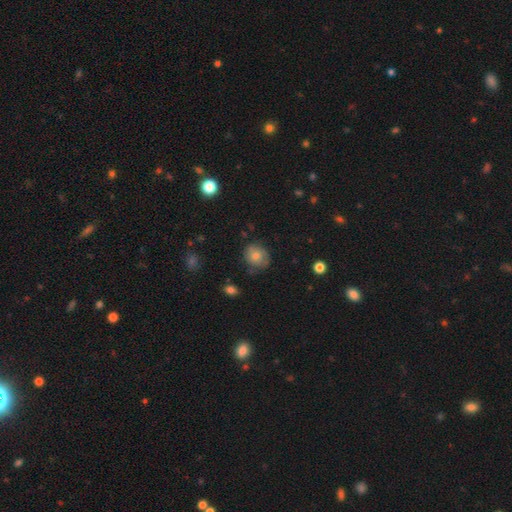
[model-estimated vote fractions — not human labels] Smooth or featured: smooth — 62% (featured or disk — 29%)
How rounded: round — 70% (in between — 29%)
Merging: none — 72% (minor disturbance — 21%)